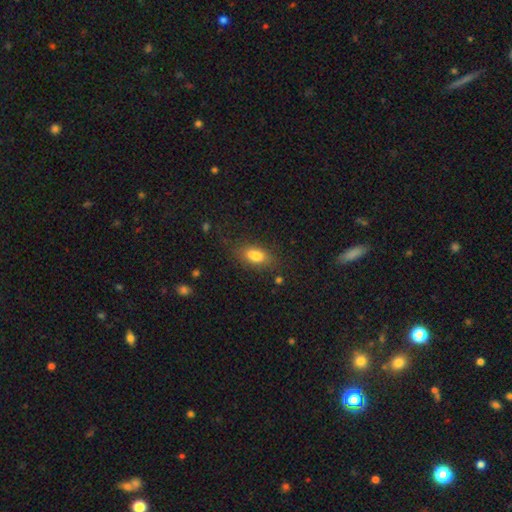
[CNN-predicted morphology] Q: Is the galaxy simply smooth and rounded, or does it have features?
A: smooth — 78%.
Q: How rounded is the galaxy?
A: in between — 84%.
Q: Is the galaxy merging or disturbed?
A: none — 70%.